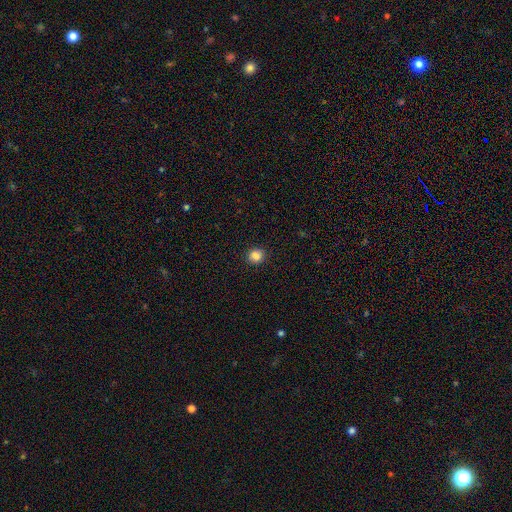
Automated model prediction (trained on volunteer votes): A smooth galaxy with no disk features (85%) that is round (84%). Merging: none (91%).